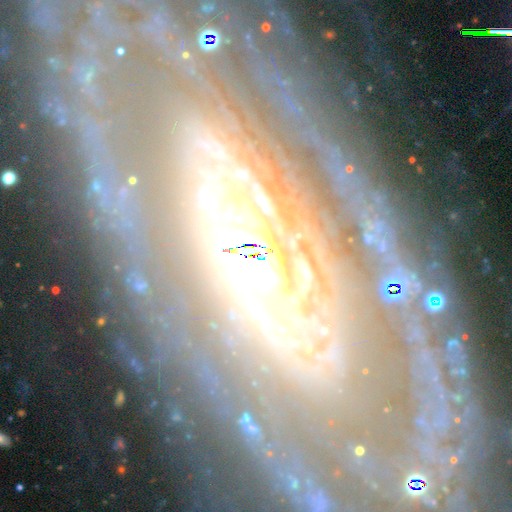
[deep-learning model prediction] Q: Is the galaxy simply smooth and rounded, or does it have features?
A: featured or disk — 86%.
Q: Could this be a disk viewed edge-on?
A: no — 88%.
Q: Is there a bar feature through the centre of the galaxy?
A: strong — 37%.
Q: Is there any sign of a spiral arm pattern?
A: yes — 90%.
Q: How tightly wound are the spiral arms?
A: tight — 65%.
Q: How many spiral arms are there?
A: can't tell — 28%.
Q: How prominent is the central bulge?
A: moderate — 47%.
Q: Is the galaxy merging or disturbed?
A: none — 64%.